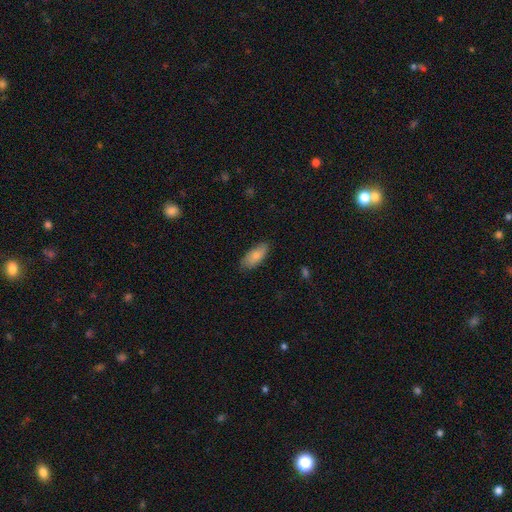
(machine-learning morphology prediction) Smooth or featured: smooth — 82% (featured or disk — 12%)
How rounded: in between — 84% (cigar-shaped — 14%)
Merging: none — 81% (minor disturbance — 15%)